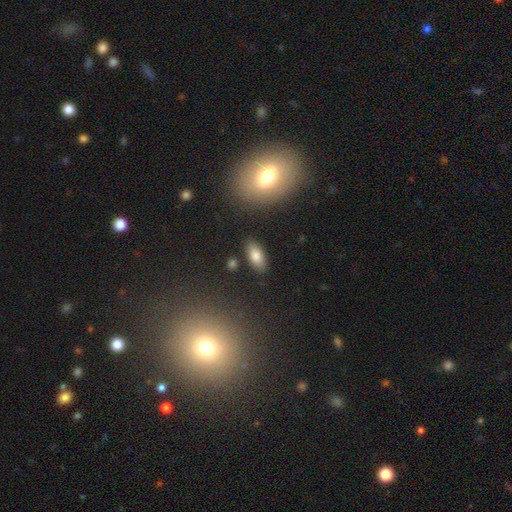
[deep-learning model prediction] smooth_or_featured: smooth (p=0.81) [alt: featured or disk p=0.10]
how_rounded: in between (p=0.90) [alt: cigar-shaped p=0.07]
merging: none (p=0.84) [alt: minor disturbance p=0.10]